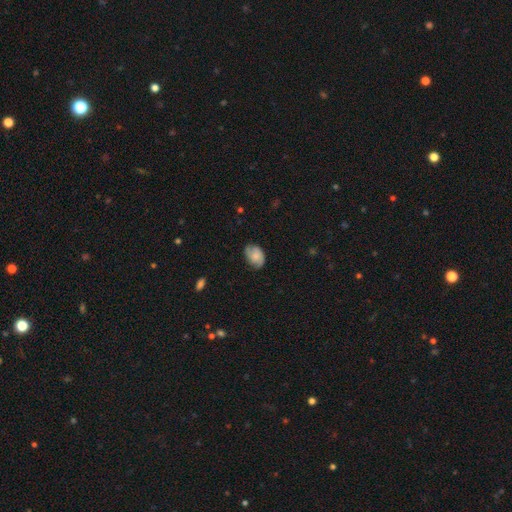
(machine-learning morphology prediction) Smooth or featured: smooth — 54% (featured or disk — 38%)
How rounded: in between — 77% (round — 22%)
Merging: none — 68% (minor disturbance — 25%)